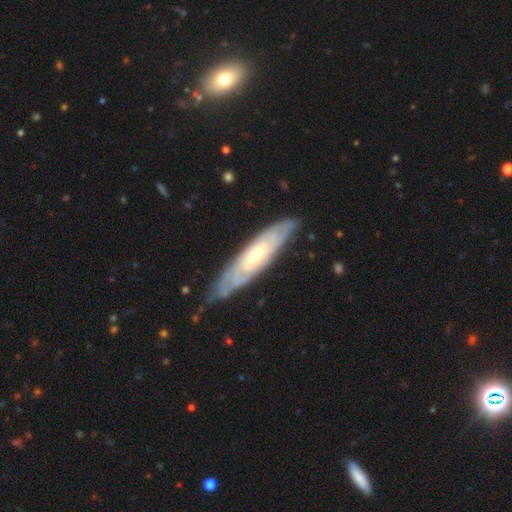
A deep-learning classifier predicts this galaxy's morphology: Overall: featured or disk (76%). Edge-on disk: no (70%). Bar: no (62%; weak 31%). Spiral arms: yes (89%). Bulge size: small (53%; moderate 41%). Merging: none (72%).